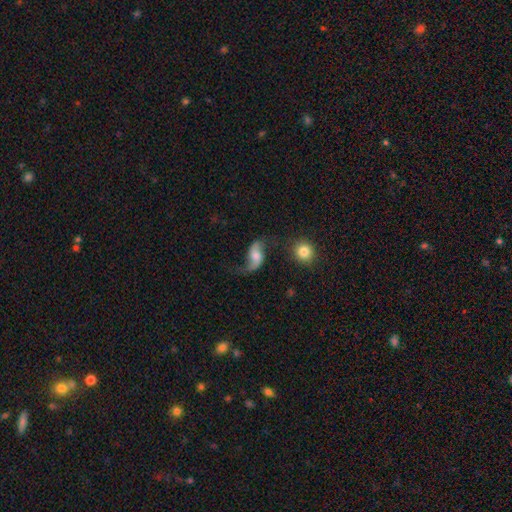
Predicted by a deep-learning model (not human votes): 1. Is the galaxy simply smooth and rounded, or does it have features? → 75% featured or disk, 17% smooth, 8% star or artifact.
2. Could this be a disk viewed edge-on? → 96% no, 4% yes.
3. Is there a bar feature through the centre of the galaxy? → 51% no, 36% weak, 13% strong.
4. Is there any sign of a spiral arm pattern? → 94% yes, 6% no.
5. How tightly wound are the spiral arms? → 88% loose, 9% medium, 3% tight.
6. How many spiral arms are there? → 89% 2, 7% 1, 2% can't tell, 1% 3, 1% 4, 1% more than 4.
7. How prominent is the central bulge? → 47% moderate, 28% small, 13% large, 9% none, 3% dominant.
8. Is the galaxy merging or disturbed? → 55% none, 20% minor disturbance, 19% major disturbance, 6% merger.